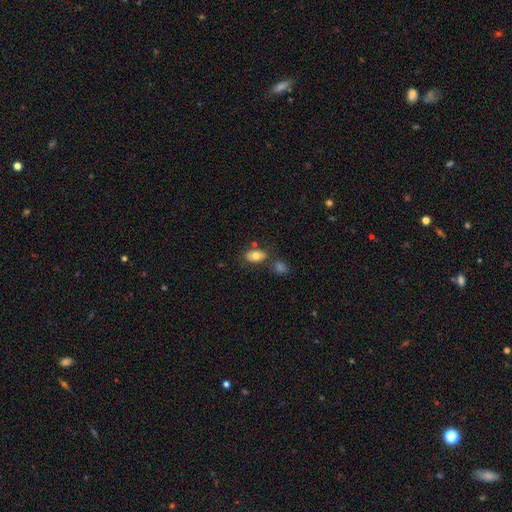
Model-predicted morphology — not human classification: Overall: smooth (76%). How rounded: in between (88%). Merging: none (65%).